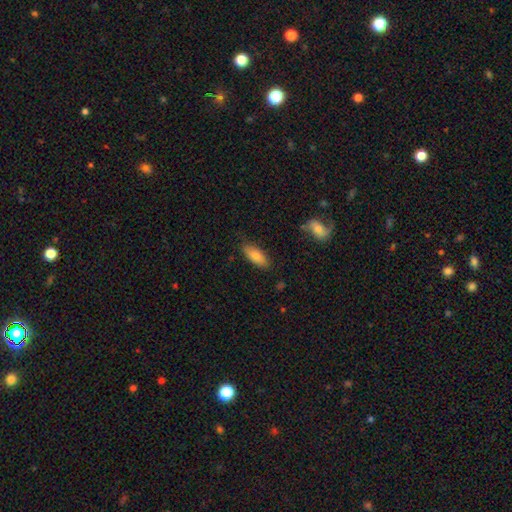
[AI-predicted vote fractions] Smooth or featured: smooth — 77% (featured or disk — 16%)
How rounded: in between — 76% (cigar-shaped — 21%)
Merging: none — 83% (minor disturbance — 13%)